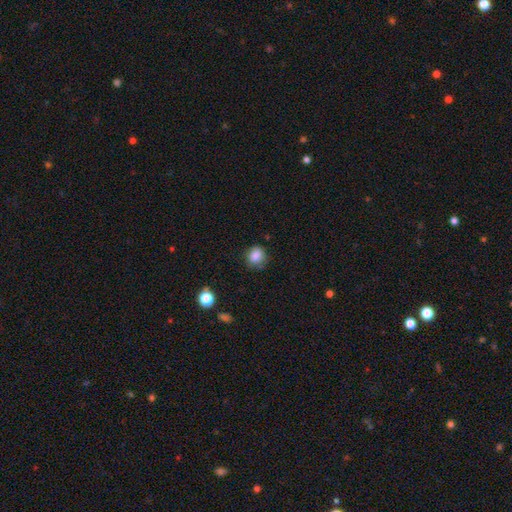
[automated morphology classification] A smooth galaxy with no disk features (85%) that is round (75%).

Vote fractions:
- Smooth or featured? smooth: 85% / star or artifact: 10% / featured or disk: 5%
- How rounded? round: 75% / in between: 25% / cigar-shaped: 1%
- Merging? none: 71% / minor disturbance: 22% / major disturbance: 5% / merger: 2%